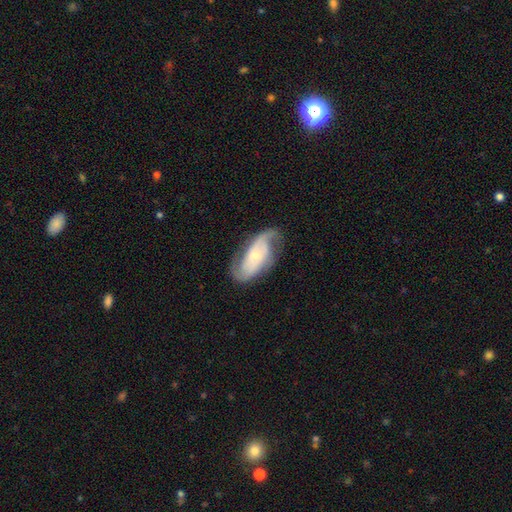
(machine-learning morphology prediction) featured or disk 82%, smooth 12%, star or artifact 5%. Down the decision tree: edge-on disk — no (95%); bar — no (62%); spiral arms — yes (95%); spiral arm count — 2 (87%); spiral winding — medium (43%); bulge size — small (63%); merging — none (72%).